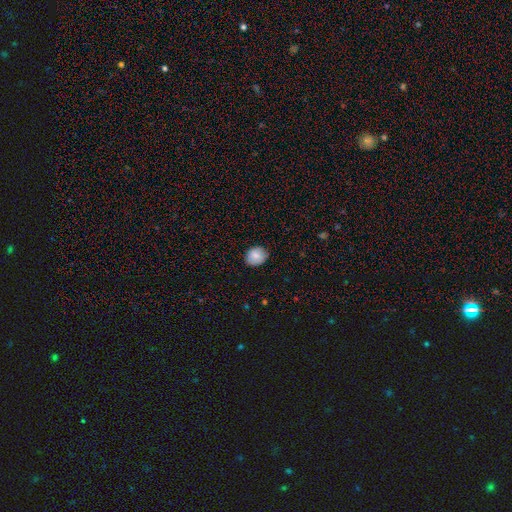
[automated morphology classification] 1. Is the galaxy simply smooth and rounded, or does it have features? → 80% smooth, 12% featured or disk, 8% star or artifact.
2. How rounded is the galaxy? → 61% round, 38% in between, 1% cigar-shaped.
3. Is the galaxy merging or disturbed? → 81% none, 15% minor disturbance, 2% major disturbance, 1% merger.